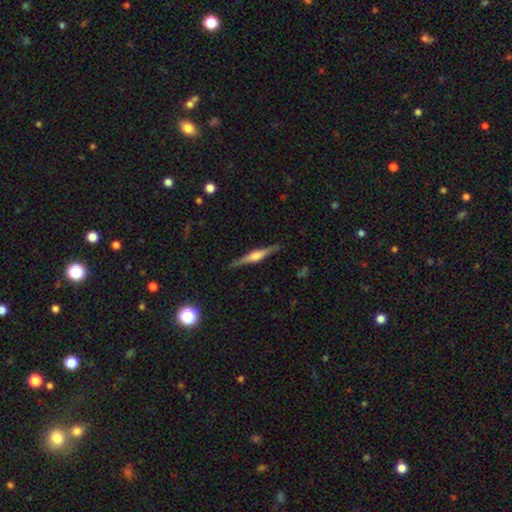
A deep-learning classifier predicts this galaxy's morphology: smooth-or-featured: featured or disk: 73% | smooth: 22% | star or artifact: 6%
  disk-edge-on: yes: 98% | no: 2%
    edge-on-bulge: rounded: 75% | boxy: 20% | none: 5%
  merging: none: 89% | minor disturbance: 8% | major disturbance: 2% | merger: 1%